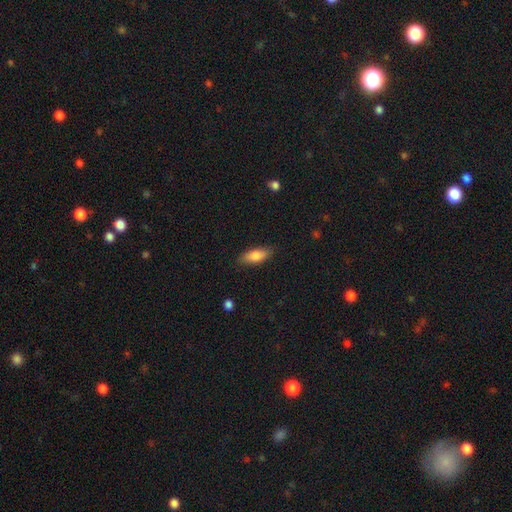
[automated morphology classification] A smooth galaxy with no disk features (81%) that is in between round and cigar-shaped (77%).

Vote fractions:
- Smooth or featured? smooth: 81% / featured or disk: 12% / star or artifact: 7%
- How rounded? in between: 77% / cigar-shaped: 21% / round: 2%
- Merging? none: 84% / minor disturbance: 12% / major disturbance: 3% / merger: 1%